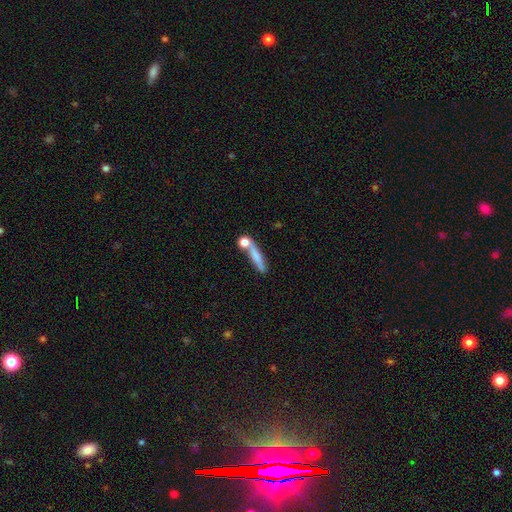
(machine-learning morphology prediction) smooth-or-featured: smooth: 65% | featured or disk: 26% | star or artifact: 9%
  how-rounded: cigar-shaped: 76% | in between: 16% | round: 8%
  merging: none: 54% | merger: 25% | minor disturbance: 14% | major disturbance: 7%